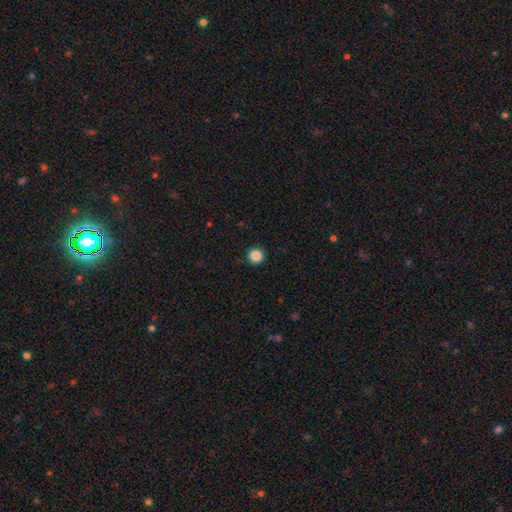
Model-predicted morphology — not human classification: Smooth or featured? Predicted: smooth (p=0.87). How rounded? Predicted: round (p=0.95). Merging? Predicted: none (p=0.92).